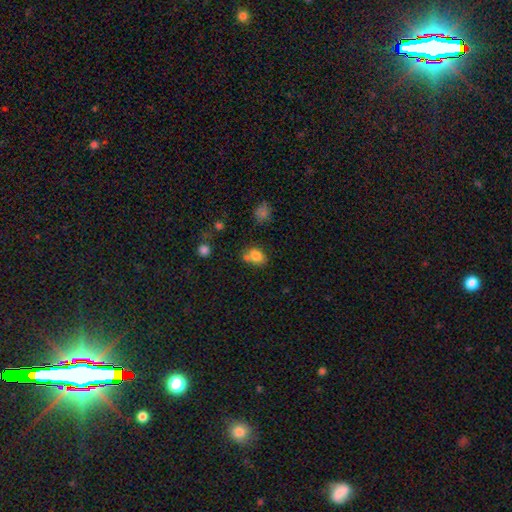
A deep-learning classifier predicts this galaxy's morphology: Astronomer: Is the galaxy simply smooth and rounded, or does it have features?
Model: smooth — 79%.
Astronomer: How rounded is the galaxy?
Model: in between — 65%.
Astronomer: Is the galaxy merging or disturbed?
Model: none — 50%.